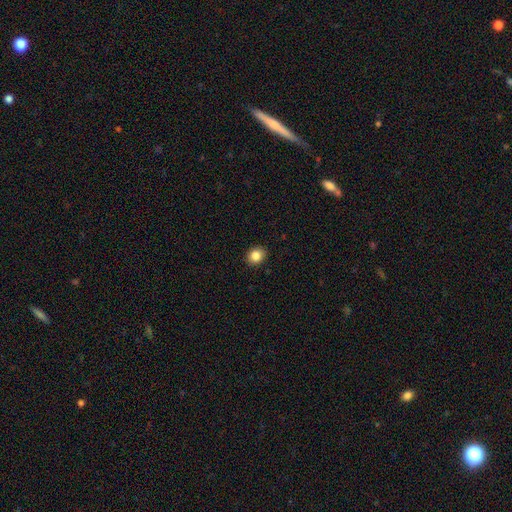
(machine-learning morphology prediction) Overall: smooth (85%). How rounded: round (69%; in between 30%). Merging: none (91%).